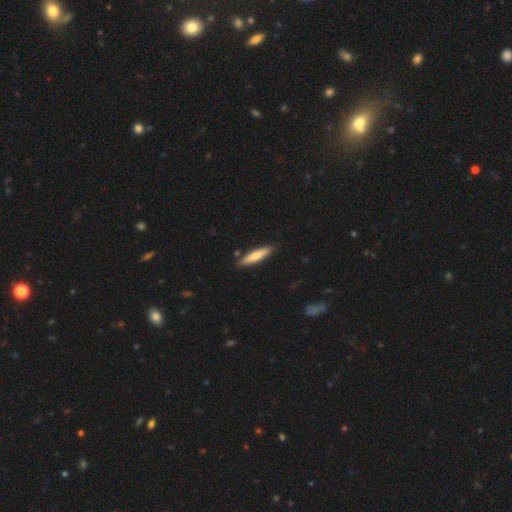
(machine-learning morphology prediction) Smooth or featured? smooth (67%)
How rounded? cigar-shaped (84%)
Merging? none (86%)